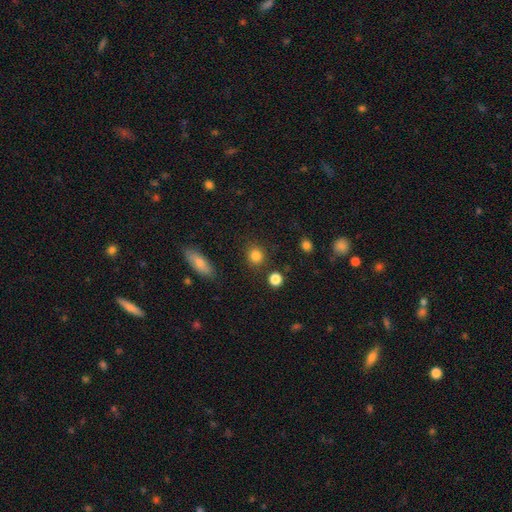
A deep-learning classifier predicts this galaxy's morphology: Smooth or featured? smooth (84%)
How rounded? round (84%)
Merging? none (84%)